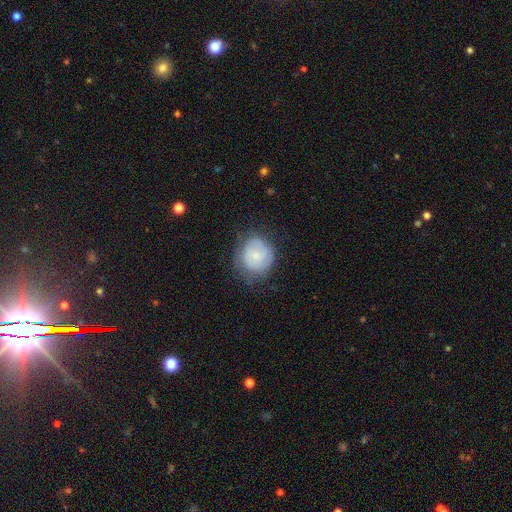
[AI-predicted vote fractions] smooth 56%, featured or disk 37%, star or artifact 7%. Down the decision tree: how rounded — round (79%); merging — none (64%).